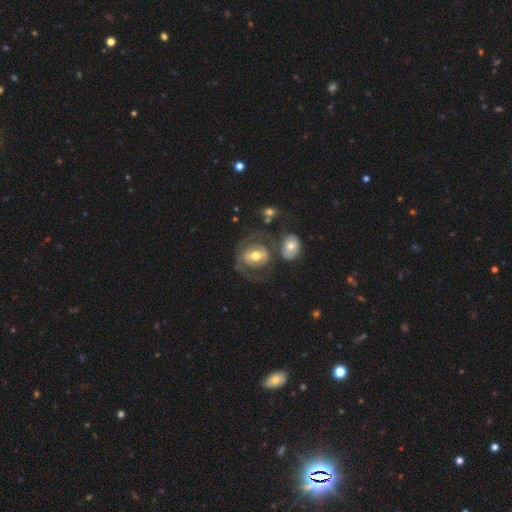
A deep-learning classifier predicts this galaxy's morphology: This is likely a featured or disk galaxy (71%). It is clearly not viewed edge-on (96%). Bar: marginally weak (38%). Spiral arm pattern: likely yes (68%). Central bulge: likely moderate (73%). Merging: possibly none (50%).